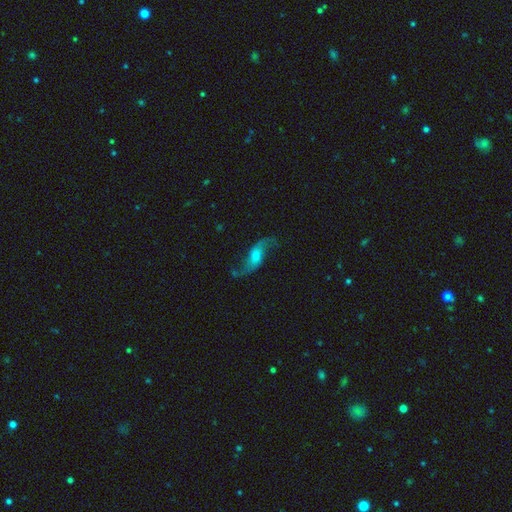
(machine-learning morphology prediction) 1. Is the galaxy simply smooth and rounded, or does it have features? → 81% featured or disk, 12% smooth, 7% star or artifact.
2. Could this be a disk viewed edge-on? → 92% no, 8% yes.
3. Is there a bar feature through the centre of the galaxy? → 52% no, 35% weak, 12% strong.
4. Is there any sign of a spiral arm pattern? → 93% yes, 7% no.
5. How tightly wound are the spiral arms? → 91% loose, 7% medium, 2% tight.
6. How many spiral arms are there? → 93% 2, 2% 1, 2% can't tell, 1% 3, 1% 4, 1% more than 4.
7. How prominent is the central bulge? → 46% moderate, 40% small, 6% large, 6% none, 2% dominant.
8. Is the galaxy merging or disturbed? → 72% none, 16% minor disturbance, 10% major disturbance, 3% merger.